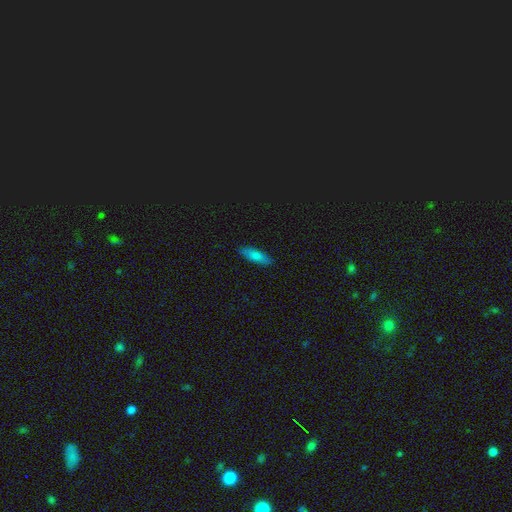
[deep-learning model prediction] A smooth galaxy with no disk features (78%) that is in between round and cigar-shaped (56%). Merging: none (88%).